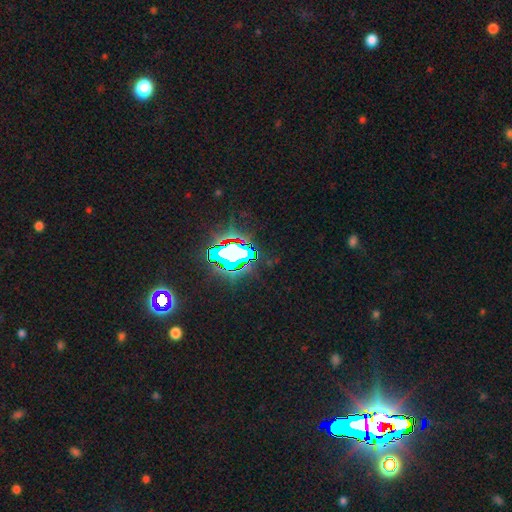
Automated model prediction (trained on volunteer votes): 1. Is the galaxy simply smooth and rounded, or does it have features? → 75% star or artifact, 14% smooth, 11% featured or disk.